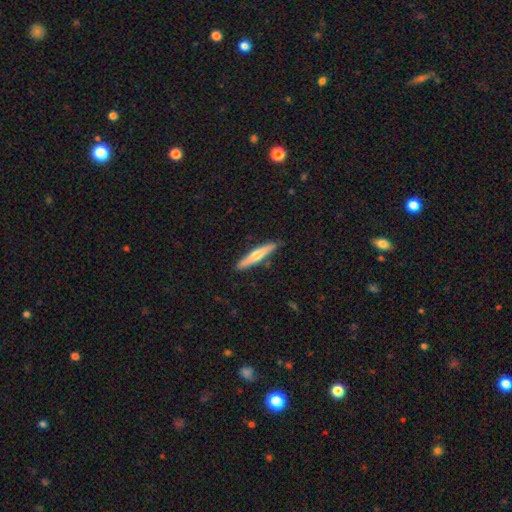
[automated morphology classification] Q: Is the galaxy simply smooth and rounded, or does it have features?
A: featured or disk — 48%.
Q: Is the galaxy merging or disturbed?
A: none — 87%.